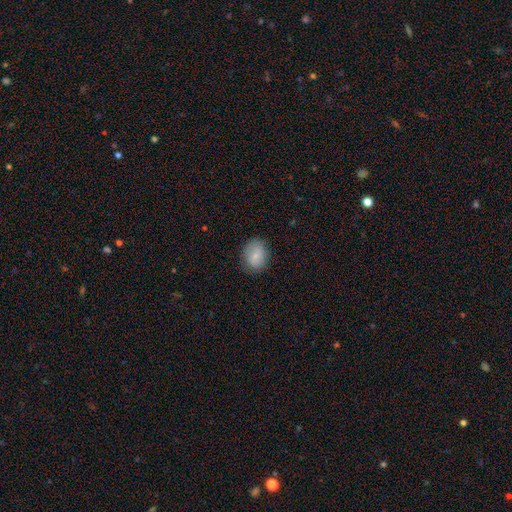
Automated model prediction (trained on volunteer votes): Smooth or featured? smooth (78%)
How rounded? in between (52%)
Merging? none (77%)